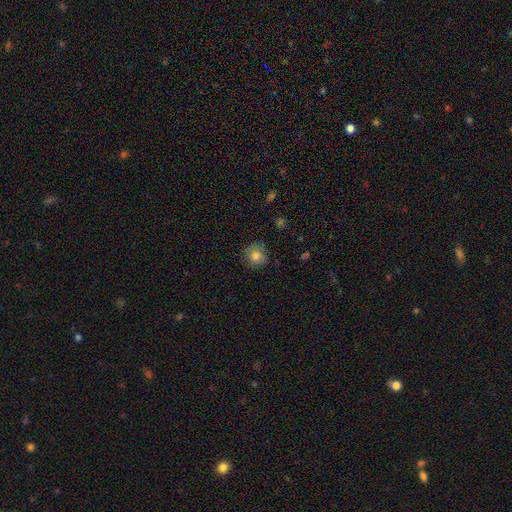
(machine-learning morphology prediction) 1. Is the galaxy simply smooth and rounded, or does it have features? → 81% smooth, 11% star or artifact, 7% featured or disk.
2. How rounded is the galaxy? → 88% round, 11% in between, 1% cigar-shaped.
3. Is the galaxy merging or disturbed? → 79% none, 16% minor disturbance, 4% major disturbance, 1% merger.